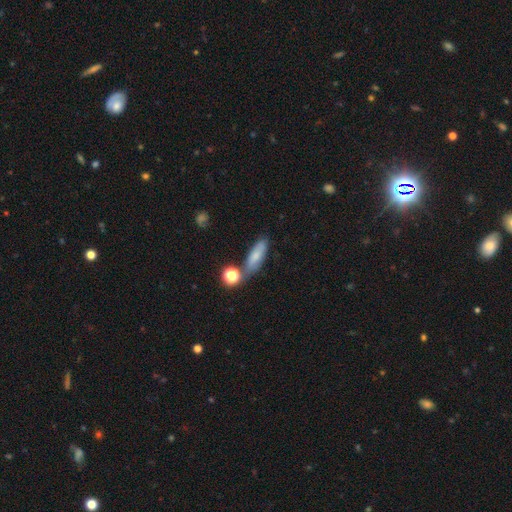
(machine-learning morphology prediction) Q: Smooth or featured?
A: smooth (71%); runner-up: featured or disk (19%)
Q: How rounded?
A: in between (52%); runner-up: cigar-shaped (42%)
Q: Merging?
A: none (56%); runner-up: minor disturbance (22%)